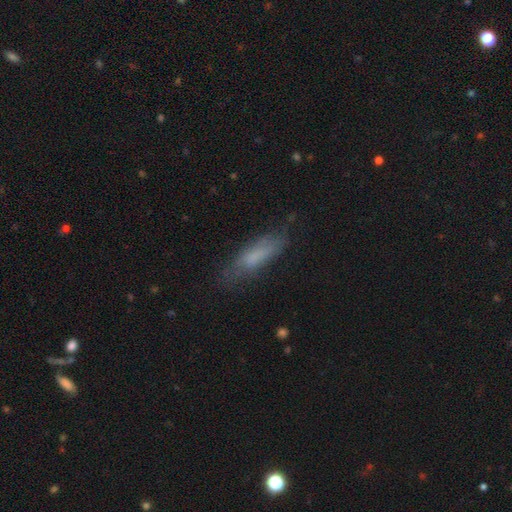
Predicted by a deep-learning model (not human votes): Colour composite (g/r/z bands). It shows a smooth galaxy with no disk features (69%) that is cigar-shaped (57%). Merging: none (67%).